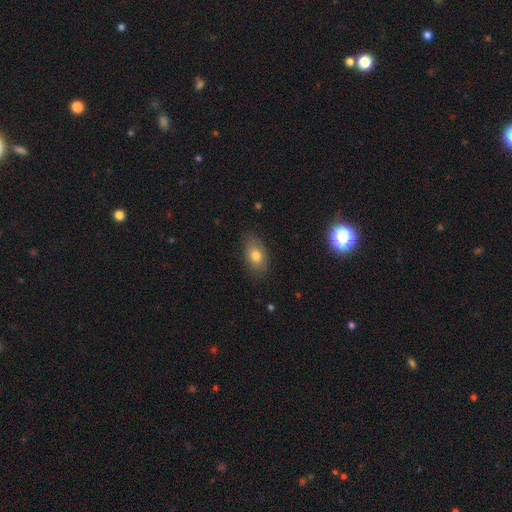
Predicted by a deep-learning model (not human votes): Morphology: type=smooth (74%); roundness=in between (89%); merging=none (80%).